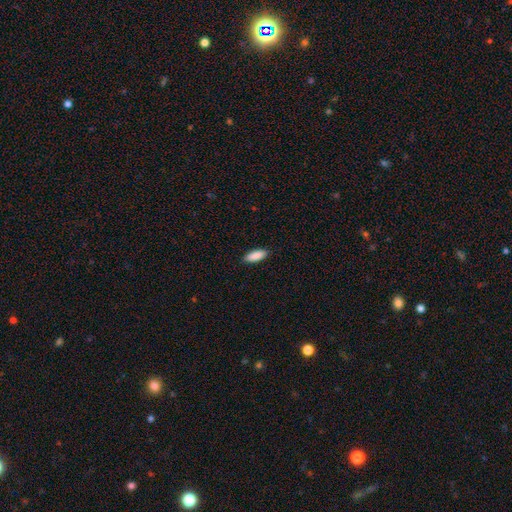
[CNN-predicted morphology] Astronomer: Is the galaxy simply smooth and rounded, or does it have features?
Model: smooth — 90%.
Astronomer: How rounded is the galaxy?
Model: in between — 74%.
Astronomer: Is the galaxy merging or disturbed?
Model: none — 89%.